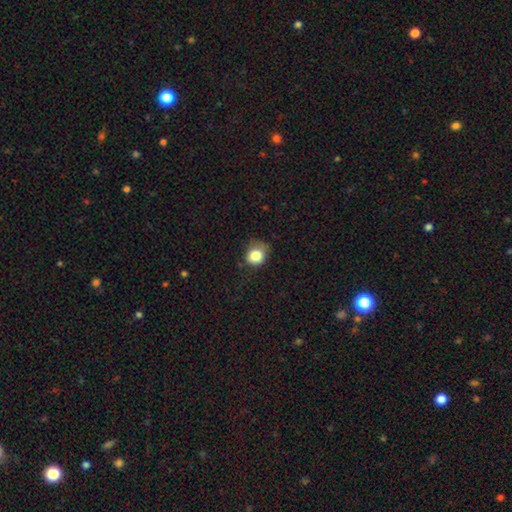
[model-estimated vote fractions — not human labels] Smooth or featured?
  - smooth: 81% *
  - star or artifact: 11%
  - featured or disk: 8%
How rounded?
  - round: 71% *
  - in between: 28%
  - cigar-shaped: 1%
Merging?
  - none: 53% *
  - minor disturbance: 34%
  - major disturbance: 11%
  - merger: 2%